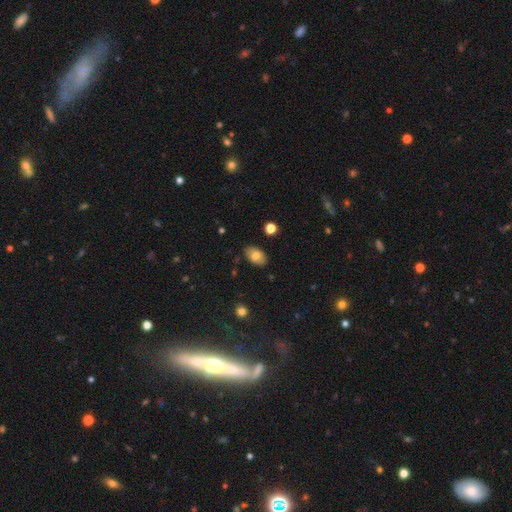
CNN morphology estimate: smooth-or-featured: smooth: 76% | featured or disk: 16% | star or artifact: 8%
  how-rounded: in between: 91% | round: 8% | cigar-shaped: 1%
  merging: none: 85% | minor disturbance: 12% | major disturbance: 2% | merger: 1%